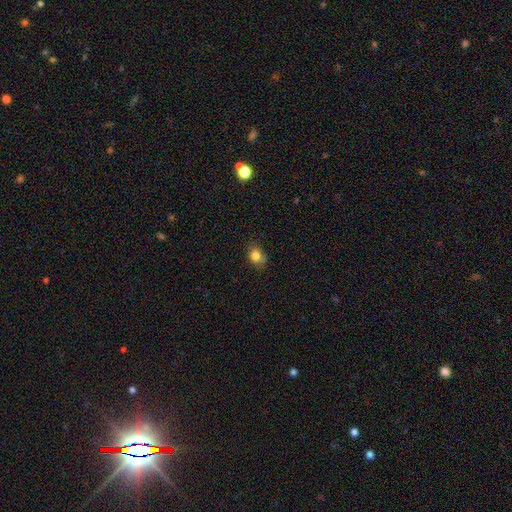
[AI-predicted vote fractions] Smooth or featured? smooth (81%)
How rounded? round (57%)
Merging? none (69%)